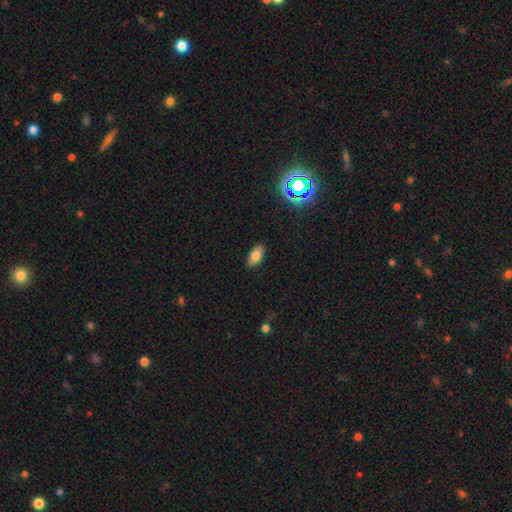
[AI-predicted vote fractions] Smooth or featured? smooth (79%)
How rounded? in between (91%)
Merging? none (87%)